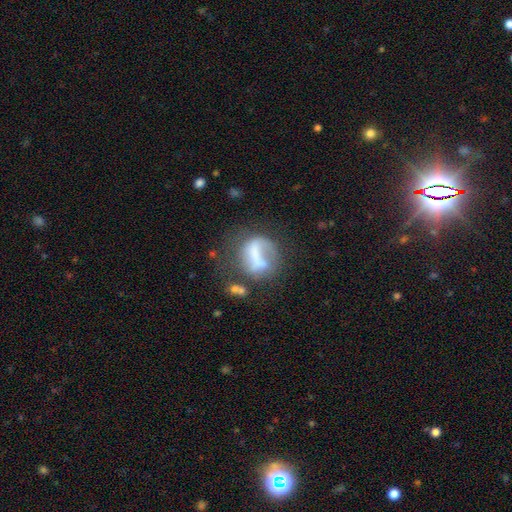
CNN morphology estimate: type=featured or disk (46%); merging=none (36%).